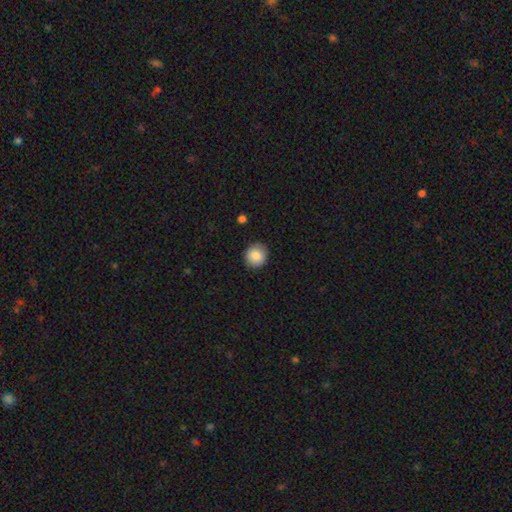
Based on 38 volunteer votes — Smooth or featured: smooth — 92% (star or artifact — 5%)
How rounded: round — 91% (in between — 9%)
Merging: none — 89% (minor disturbance — 6%)